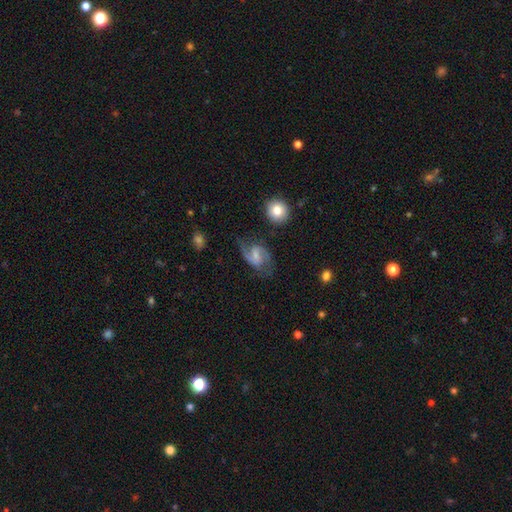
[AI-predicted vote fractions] This is clearly a featured or disk galaxy (80%). It is clearly not viewed edge-on (98%). Bar: possibly weak (54%). Spiral arm pattern: clearly yes (95%). Spiral arm count: clearly 2 (89%). Spiral winding: possibly medium (49%). Central bulge: possibly small (47%). Merging: likely none (63%).